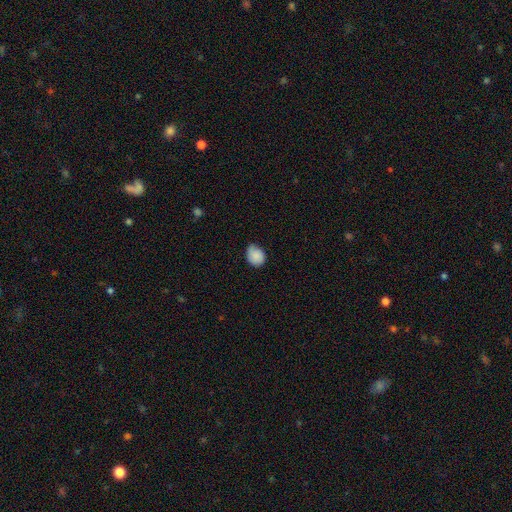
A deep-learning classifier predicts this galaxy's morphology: Smooth or featured?
  - smooth: 84% *
  - featured or disk: 8%
  - star or artifact: 8%
How rounded?
  - round: 53% *
  - in between: 46%
  - cigar-shaped: 1%
Merging?
  - none: 61% *
  - minor disturbance: 33%
  - major disturbance: 5%
  - merger: 1%